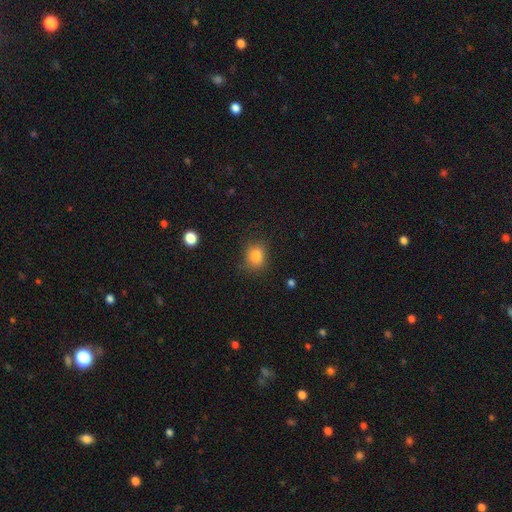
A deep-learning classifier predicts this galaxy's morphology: Overall: smooth (83%). How rounded: round (63%; in between 36%). Merging: none (80%).